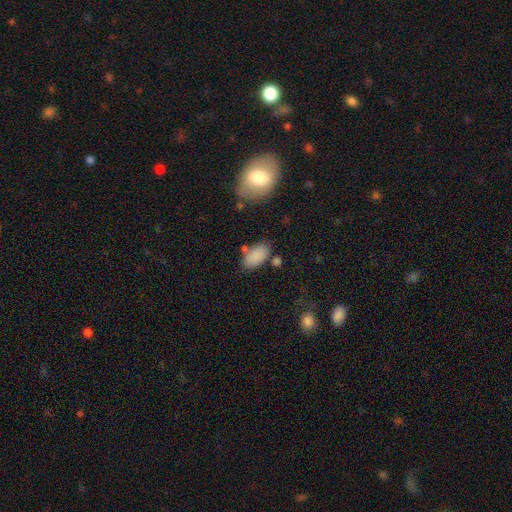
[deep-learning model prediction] smooth-or-featured: smooth: 86% | star or artifact: 8% | featured or disk: 6%
  how-rounded: in between: 94% | round: 3% | cigar-shaped: 3%
  merging: none: 69% | minor disturbance: 16% | merger: 10% | major disturbance: 5%